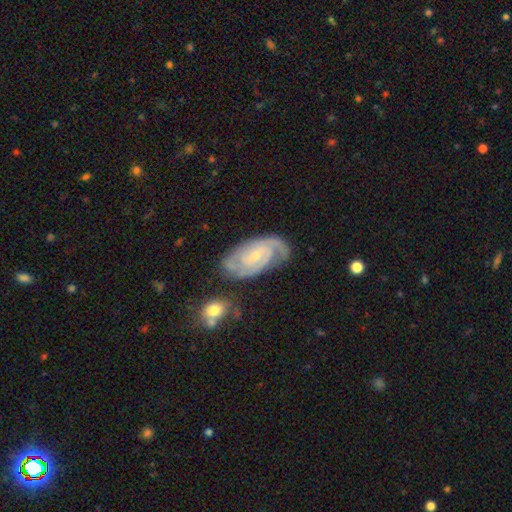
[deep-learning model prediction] Overall: featured or disk (88%). Edge-on disk: no (97%). Bar: no (54%; weak 37%). Spiral arms: yes (97%). Spiral arm count: 2 (70%). Spiral winding: tight (63%; medium 31%). Bulge size: small (69%). Merging: none (72%).